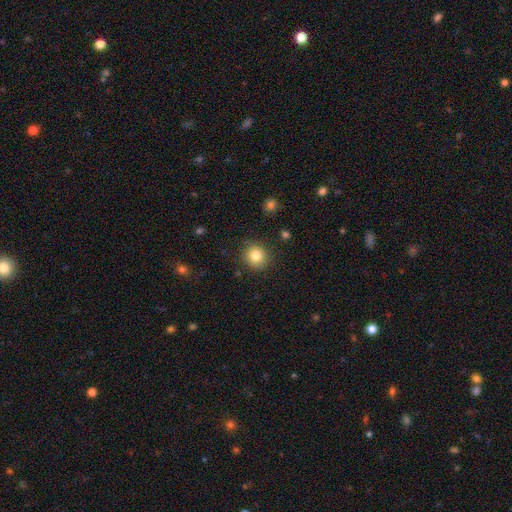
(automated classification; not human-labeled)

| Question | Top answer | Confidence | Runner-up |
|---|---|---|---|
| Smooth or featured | smooth | 83% | star or artifact (10%) |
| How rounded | round | 89% | in between (10%) |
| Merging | none | 89% | minor disturbance (7%) |